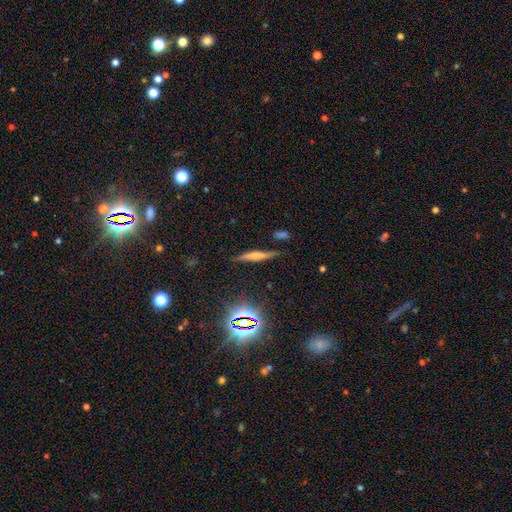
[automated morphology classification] A featured or disk galaxy (45%).

Vote fractions:
- Smooth or featured? featured or disk: 45% / smooth: 41% / star or artifact: 14%
- Merging? none: 79% / minor disturbance: 14% / major disturbance: 3% / merger: 3%